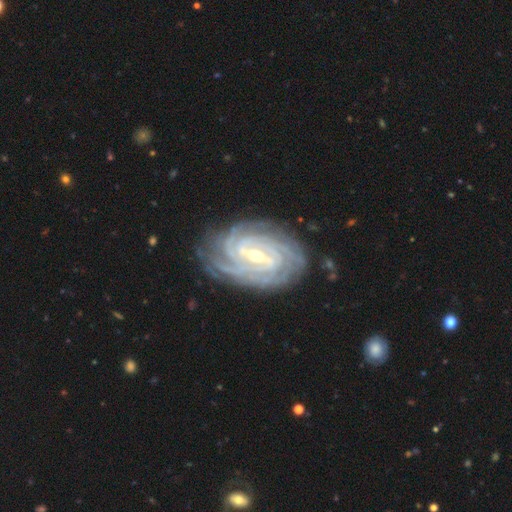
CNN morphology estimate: This is clearly a featured or disk galaxy (92%). It is clearly not viewed edge-on (97%). Bar: marginally strong (44%). Spiral arm pattern: clearly yes (98%). Spiral arm count: marginally 4 (32%). Spiral winding: clearly tight (83%). Central bulge: possibly small (50%). Merging: clearly none (82%).